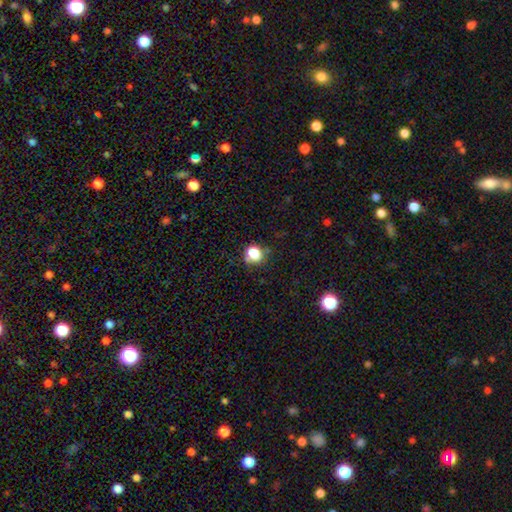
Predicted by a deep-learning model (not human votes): Overall: smooth (80%). How rounded: round (75%). Merging: none (70%).